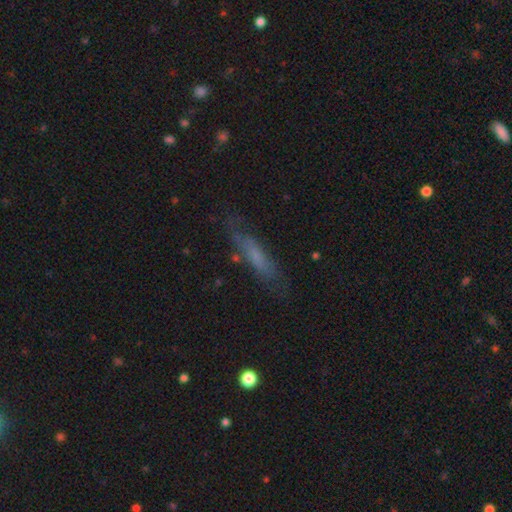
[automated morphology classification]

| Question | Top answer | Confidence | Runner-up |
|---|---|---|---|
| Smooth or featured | smooth | 49% | featured or disk (40%) |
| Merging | none | 70% | minor disturbance (20%) |